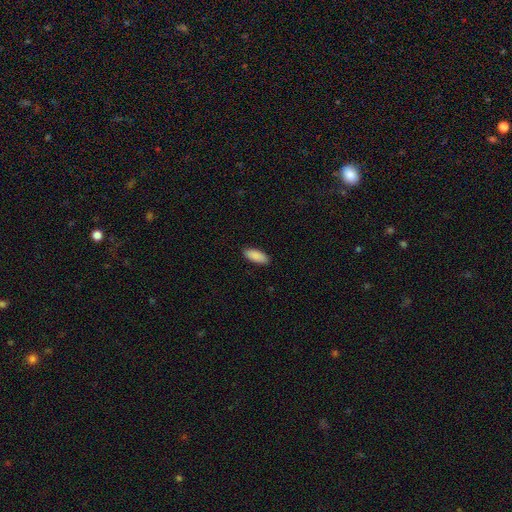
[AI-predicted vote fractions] Smooth or featured: smooth — 90% (star or artifact — 6%)
How rounded: in between — 81% (cigar-shaped — 17%)
Merging: none — 90% (minor disturbance — 8%)